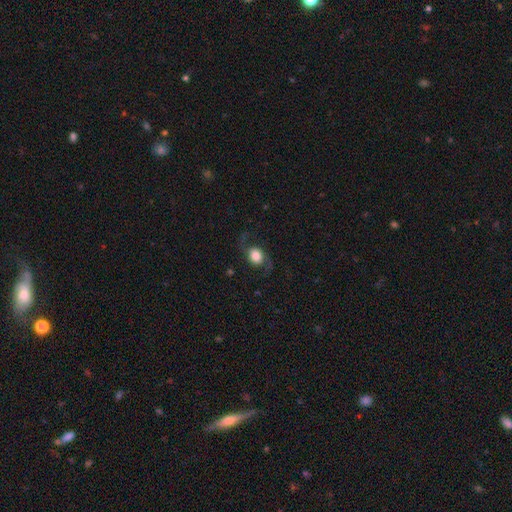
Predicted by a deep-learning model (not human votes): Smooth or featured: featured or disk — 60% (smooth — 31%)
Edge-on disk: no — 95% (yes — 5%)
Bar: no — 72% (weak — 23%)
Spiral arms: yes — 91% (no — 9%)
Spiral winding: loose — 77% (medium — 19%)
Spiral arm count: 2 — 93% (1 — 3%)
Bulge size: large — 44% (dominant — 28%)
Merging: none — 71% (minor disturbance — 15%)